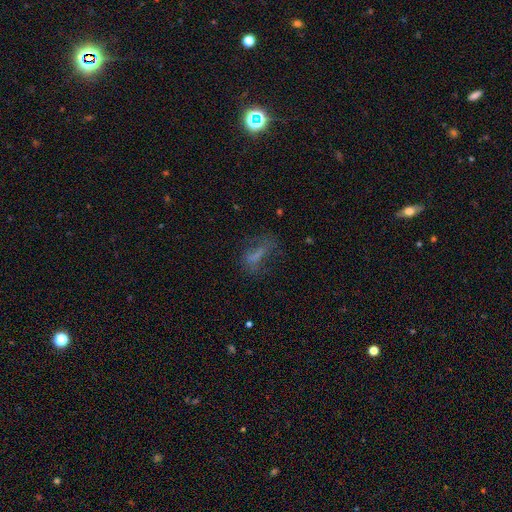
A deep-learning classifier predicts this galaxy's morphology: Smooth or featured?
  - smooth: 50% *
  - featured or disk: 30%
  - star or artifact: 20%
How rounded?
  - in between: 59% *
  - cigar-shaped: 33%
  - round: 7%
Merging?
  - none: 45% *
  - major disturbance: 30%
  - minor disturbance: 21%
  - merger: 4%